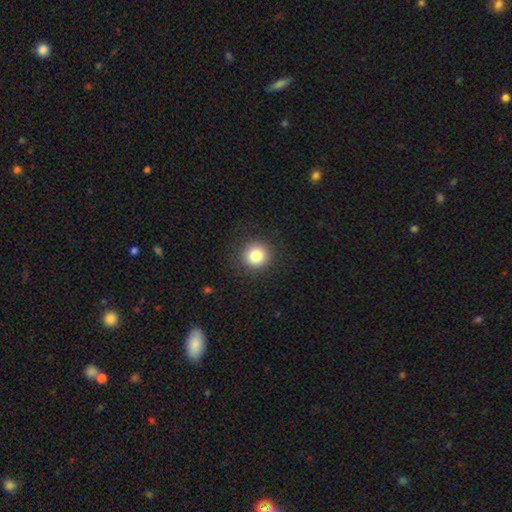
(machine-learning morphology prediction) Smooth or featured? Predicted: smooth (p=0.83). How rounded? Predicted: round (p=0.94). Merging? Predicted: none (p=0.90).